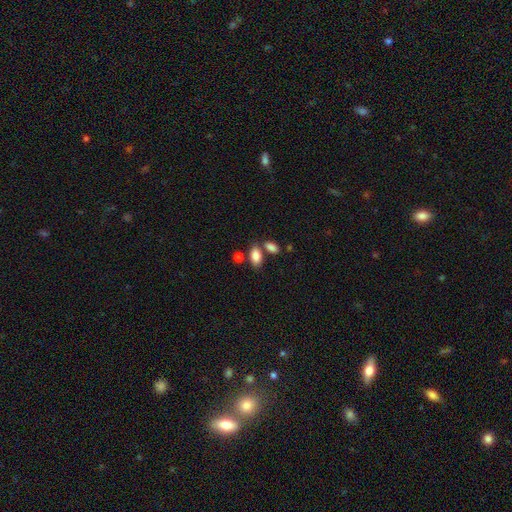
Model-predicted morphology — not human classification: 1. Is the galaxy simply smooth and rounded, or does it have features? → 86% smooth, 8% star or artifact, 6% featured or disk.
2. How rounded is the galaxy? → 91% in between, 5% round, 3% cigar-shaped.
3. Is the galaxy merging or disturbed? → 60% none, 24% merger, 12% minor disturbance, 4% major disturbance.